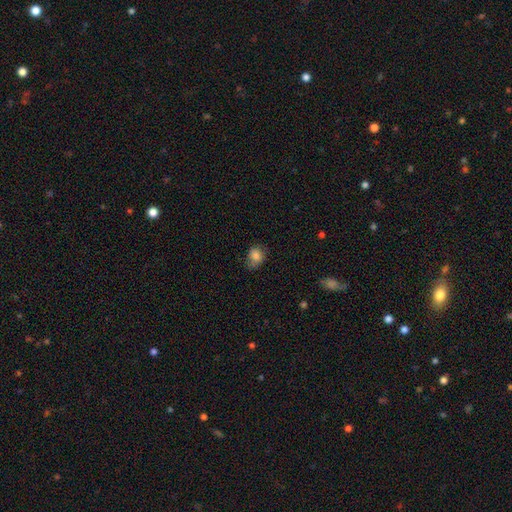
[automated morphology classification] Smooth or featured? Predicted: smooth (p=0.82). How rounded? Predicted: round (p=0.54). Merging? Predicted: none (p=0.65).